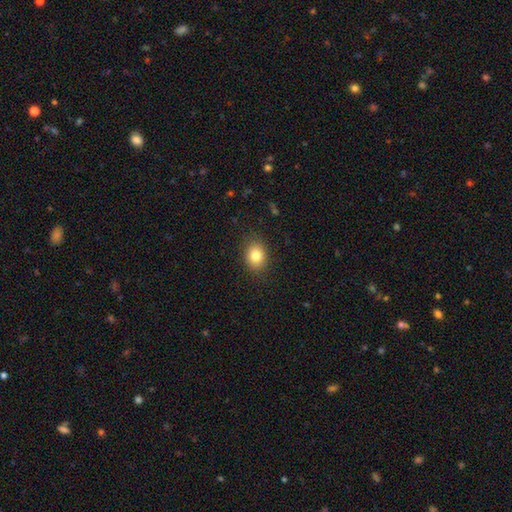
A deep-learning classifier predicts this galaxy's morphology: type=smooth (82%); roundness=in between (53%); merging=none (87%).